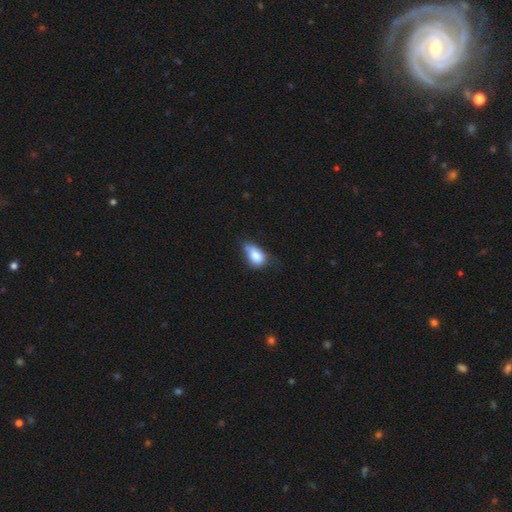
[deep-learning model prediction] Overall: smooth (79%). How rounded: in between (76%). Merging: minor disturbance (41%; none 32%).